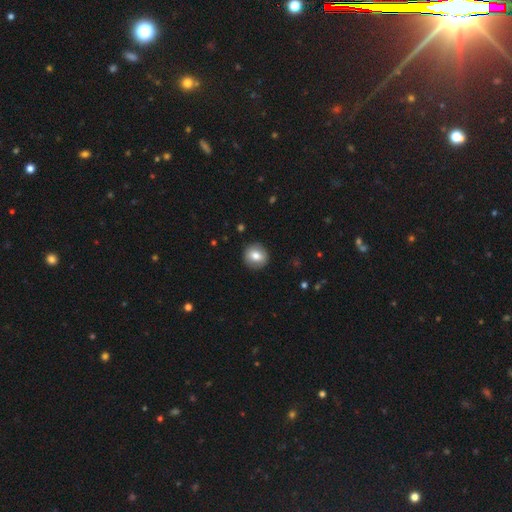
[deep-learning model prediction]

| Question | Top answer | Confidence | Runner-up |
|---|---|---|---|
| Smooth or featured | smooth | 76% | featured or disk (16%) |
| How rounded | round | 86% | in between (13%) |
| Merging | none | 90% | minor disturbance (7%) |